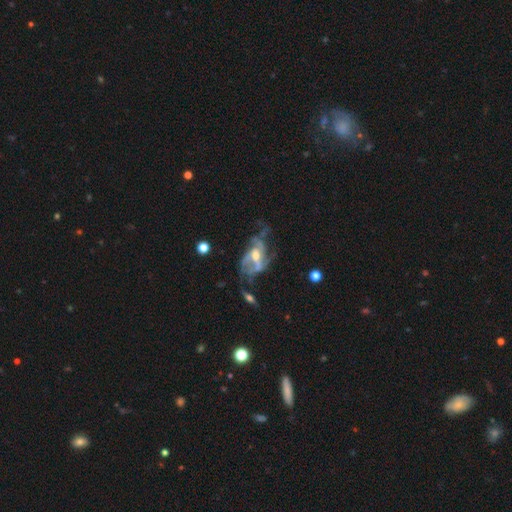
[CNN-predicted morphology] This is clearly a featured or disk galaxy (82%). It is clearly not viewed edge-on (94%). Bar: marginally weak (42%). Spiral arm pattern: clearly yes (81%). Spiral arm count: marginally 2 (37%). Spiral winding: marginally loose (40%, tied with medium). Central bulge: likely moderate (61%). Merging: marginally major disturbance (36%).